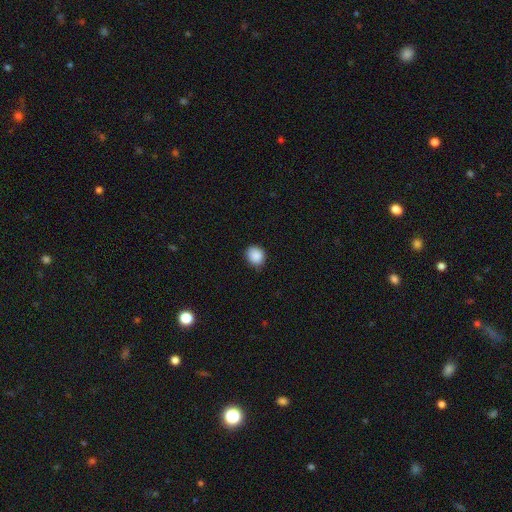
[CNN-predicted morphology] The model was most divided on "how rounded": round: 73%, in between: 26%, cigar-shaped: 1%. More confident: smooth or featured — smooth (89%); merging — none (82%).